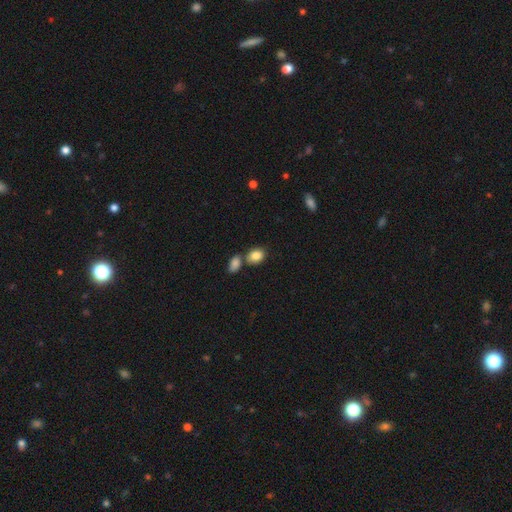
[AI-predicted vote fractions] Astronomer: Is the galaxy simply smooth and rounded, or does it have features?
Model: smooth — 86%.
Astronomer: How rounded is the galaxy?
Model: in between — 75%.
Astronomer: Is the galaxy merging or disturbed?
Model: none — 53% (runner-up: merger, 32%).